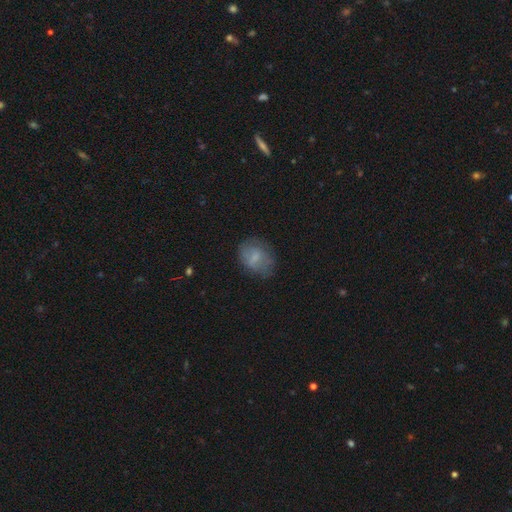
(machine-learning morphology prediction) smooth 65%, featured or disk 26%, star or artifact 9%. Down the decision tree: how rounded — in between (65%); merging — none (66%).